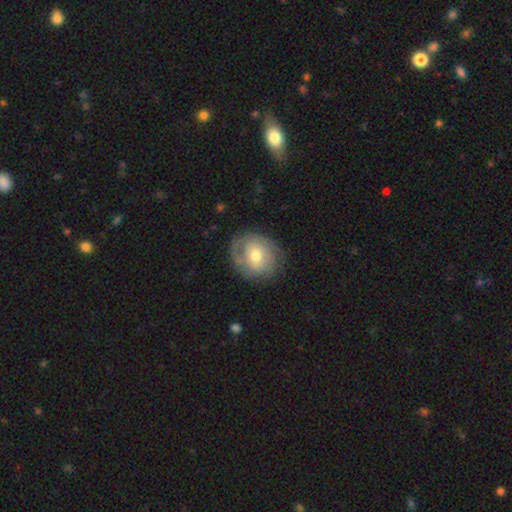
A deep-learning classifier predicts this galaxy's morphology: Q: Smooth or featured?
A: featured or disk (54%); runner-up: smooth (39%)
Q: Edge-on disk?
A: no (96%); runner-up: yes (4%)
Q: Bar?
A: no (65%); runner-up: weak (29%)
Q: Spiral arms?
A: yes (71%); runner-up: no (29%)
Q: Bulge size?
A: moderate (65%); runner-up: small (26%)
Q: Merging?
A: none (73%); runner-up: minor disturbance (18%)